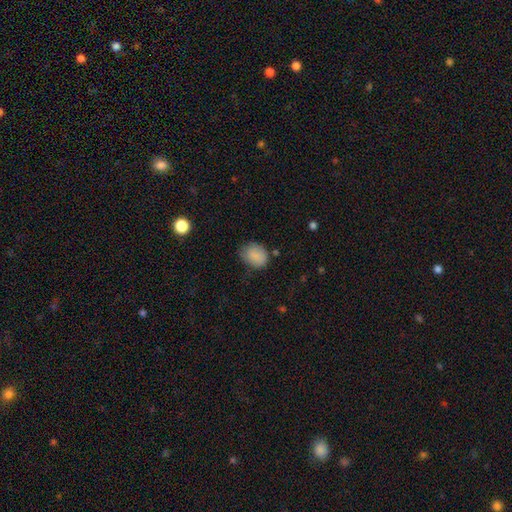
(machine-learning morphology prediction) Smooth or featured: smooth — 86% (star or artifact — 9%)
How rounded: in between — 52% (round — 47%)
Merging: none — 63% (minor disturbance — 28%)